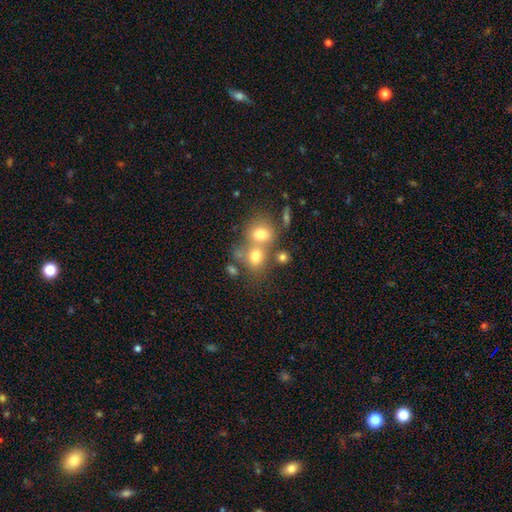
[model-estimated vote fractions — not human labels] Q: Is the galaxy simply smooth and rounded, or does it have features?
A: smooth — 70%.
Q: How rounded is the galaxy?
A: round — 62%.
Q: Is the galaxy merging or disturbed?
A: merger — 49%.